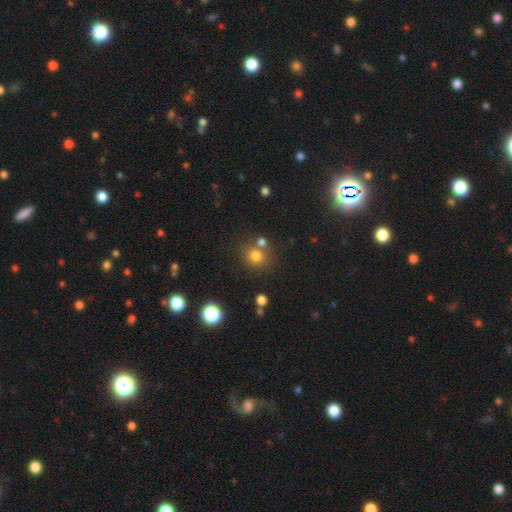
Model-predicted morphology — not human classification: smooth_or_featured: smooth (p=0.75) [alt: star or artifact p=0.18]
how_rounded: round (p=0.82) [alt: in between p=0.17]
merging: none (p=0.66) [alt: merger p=0.20]